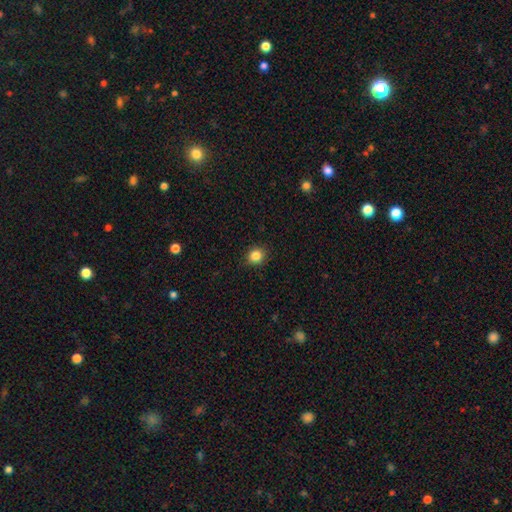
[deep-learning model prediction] smooth 85%, star or artifact 11%, featured or disk 4%. Down the decision tree: how rounded — round (83%); merging — none (89%).